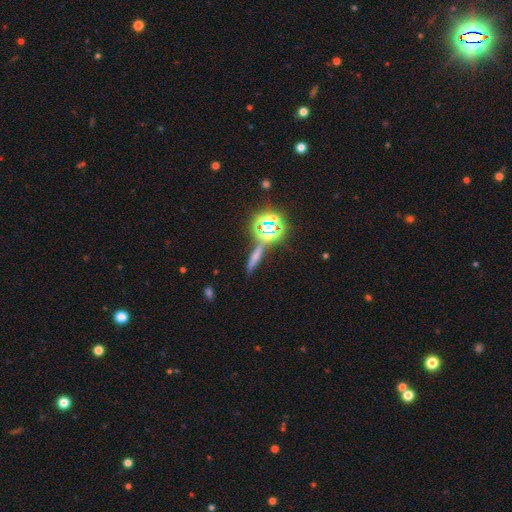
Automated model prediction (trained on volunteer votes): Smooth or featured? Predicted: smooth (p=0.48). Merging? Predicted: none (p=0.76).